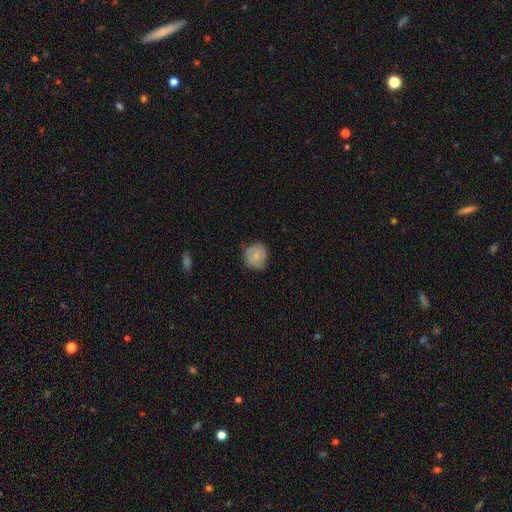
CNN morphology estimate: Overall: smooth (71%). How rounded: round (87%). Merging: none (71%).